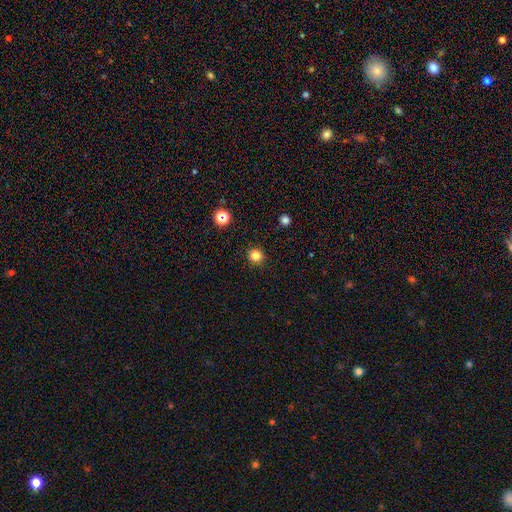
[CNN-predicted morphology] This is clearly a smooth galaxy (82%). How rounded: clearly round (93%). Merging: clearly none (92%).